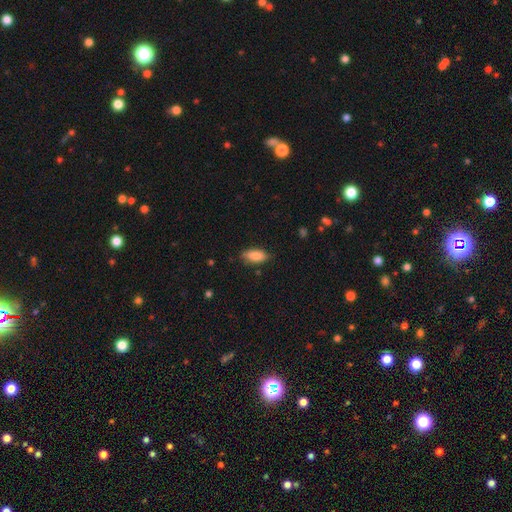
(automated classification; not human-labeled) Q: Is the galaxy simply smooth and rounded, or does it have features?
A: smooth — 88%.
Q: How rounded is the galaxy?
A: in between — 85%.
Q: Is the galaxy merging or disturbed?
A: none — 80%.